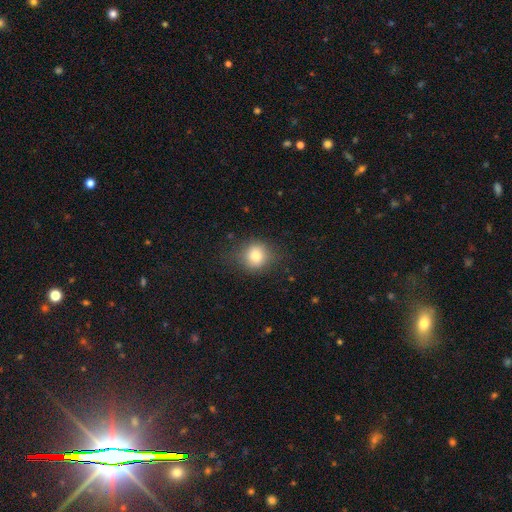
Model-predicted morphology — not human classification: Smooth or featured? Predicted: smooth (p=0.79). How rounded? Predicted: round (p=0.82). Merging? Predicted: none (p=0.78).